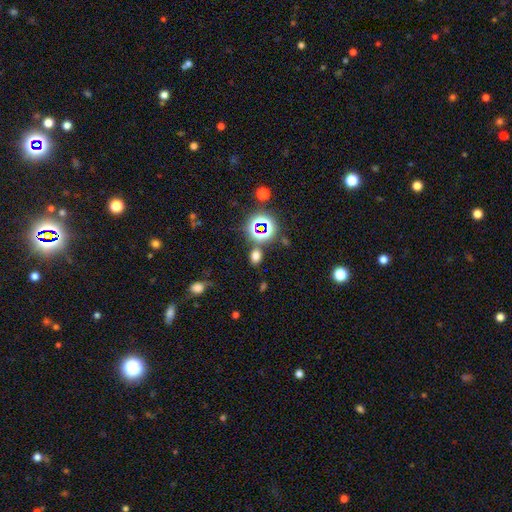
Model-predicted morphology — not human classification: Q: Smooth or featured?
A: smooth (63%); runner-up: star or artifact (31%)
Q: How rounded?
A: in between (56%); runner-up: round (42%)
Q: Merging?
A: none (78%); runner-up: minor disturbance (10%)